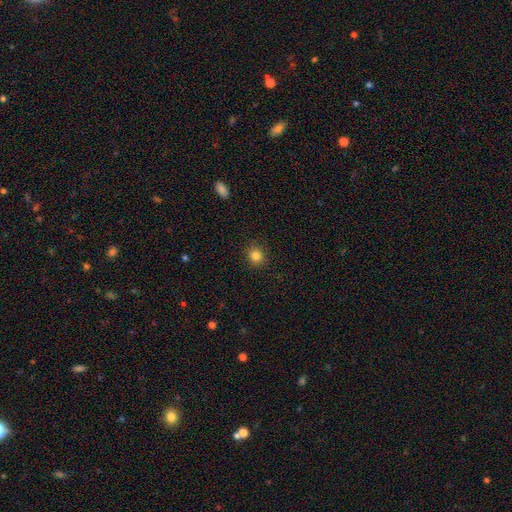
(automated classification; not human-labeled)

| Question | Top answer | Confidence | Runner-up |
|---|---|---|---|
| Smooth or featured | smooth | 84% | star or artifact (11%) |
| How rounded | round | 82% | in between (17%) |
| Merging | none | 90% | minor disturbance (7%) |